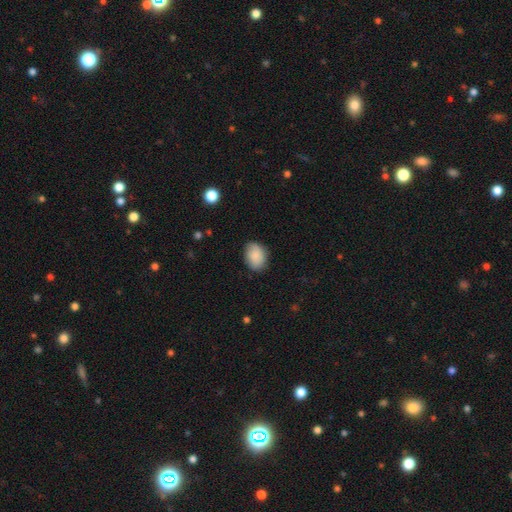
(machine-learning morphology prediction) smooth-or-featured: smooth: 83% | featured or disk: 10% | star or artifact: 7%
  how-rounded: in between: 73% | round: 26% | cigar-shaped: 1%
  merging: none: 79% | minor disturbance: 17% | major disturbance: 3% | merger: 1%